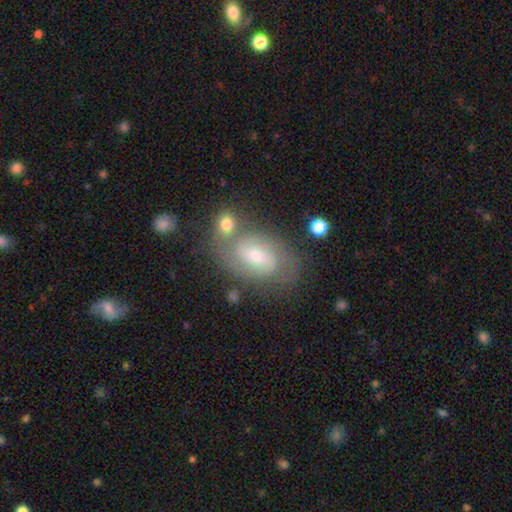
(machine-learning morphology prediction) Smooth or featured?
  - featured or disk: 71% *
  - smooth: 22%
  - star or artifact: 8%
Edge-on disk?
  - no: 96% *
  - yes: 4%
Bar?
  - weak: 50% *
  - no: 37%
  - strong: 13%
Spiral arms?
  - yes: 91% *
  - no: 9%
Spiral winding?
  - medium: 46% *
  - tight: 41%
  - loose: 12%
Spiral arm count?
  - 2: 75% *
  - can't tell: 14%
  - 3: 5%
  - 1: 2%
  - 4: 2%
  - more than 4: 2%
Bulge size?
  - moderate: 49% *
  - small: 41%
  - large: 6%
  - none: 3%
  - dominant: 1%
Merging?
  - none: 61% *
  - minor disturbance: 16%
  - merger: 16%
  - major disturbance: 7%